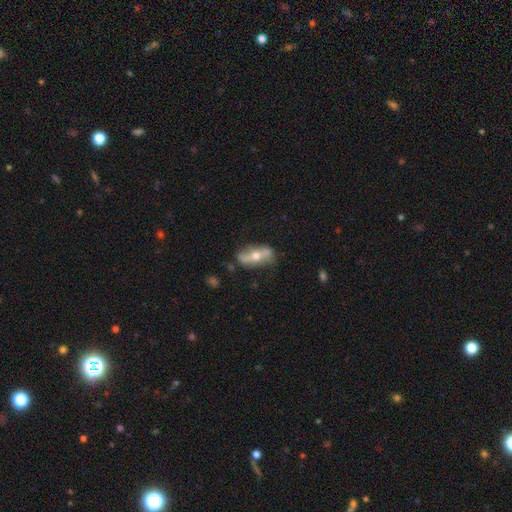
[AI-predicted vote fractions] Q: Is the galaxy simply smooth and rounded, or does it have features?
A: featured or disk — 57%.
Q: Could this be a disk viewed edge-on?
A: no — 58%.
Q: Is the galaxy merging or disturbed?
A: none — 70%.